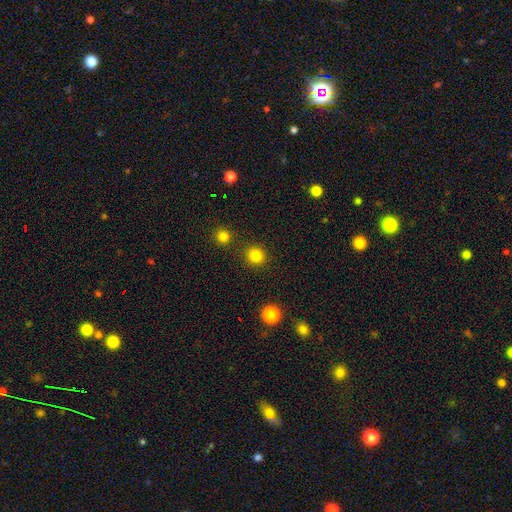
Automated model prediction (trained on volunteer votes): Morphology: type=smooth (84%); roundness=round (93%); merging=none (89%).